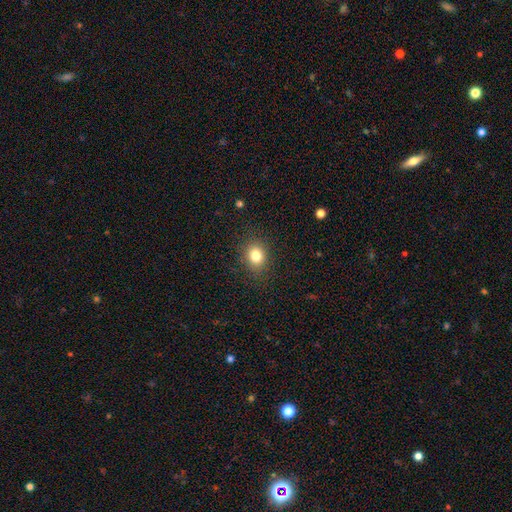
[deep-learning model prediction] Smooth or featured?
  - smooth: 81% *
  - star or artifact: 12%
  - featured or disk: 7%
How rounded?
  - round: 63% *
  - in between: 36%
  - cigar-shaped: 1%
Merging?
  - none: 87% *
  - minor disturbance: 9%
  - major disturbance: 3%
  - merger: 1%